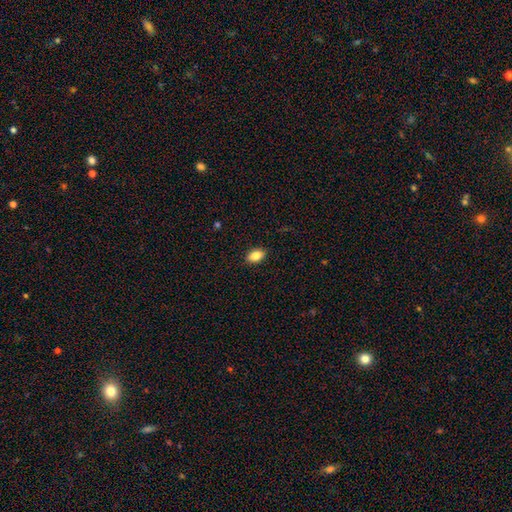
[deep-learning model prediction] smooth_or_featured: smooth (p=0.86) [alt: star or artifact p=0.08]
how_rounded: in between (p=0.88) [alt: round p=0.10]
merging: none (p=0.89) [alt: minor disturbance p=0.08]